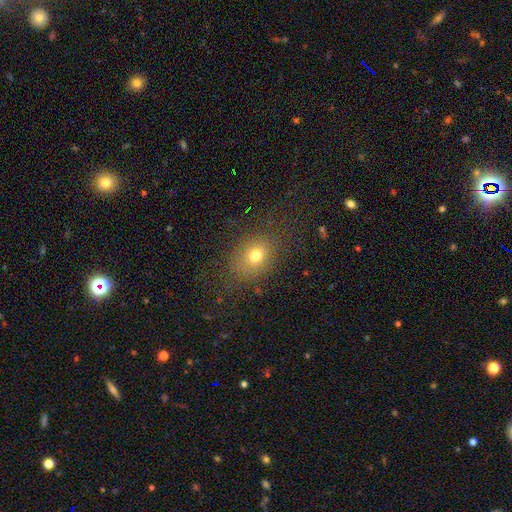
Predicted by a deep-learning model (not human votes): This is likely a smooth galaxy (73%). How rounded: possibly in between (55%). Merging: likely none (79%).